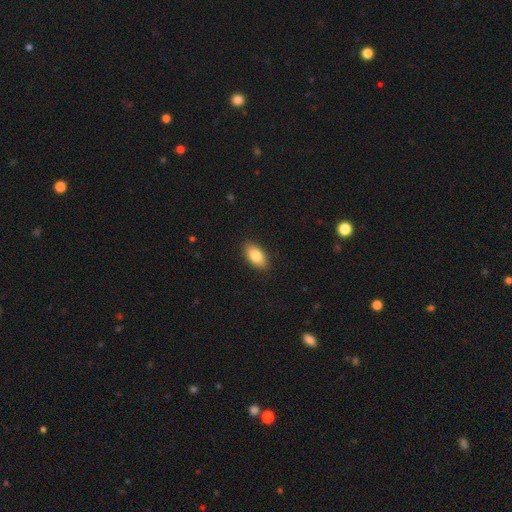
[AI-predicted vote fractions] Smooth or featured? Predicted: smooth (p=0.83). How rounded? Predicted: in between (p=0.91). Merging? Predicted: none (p=0.89).